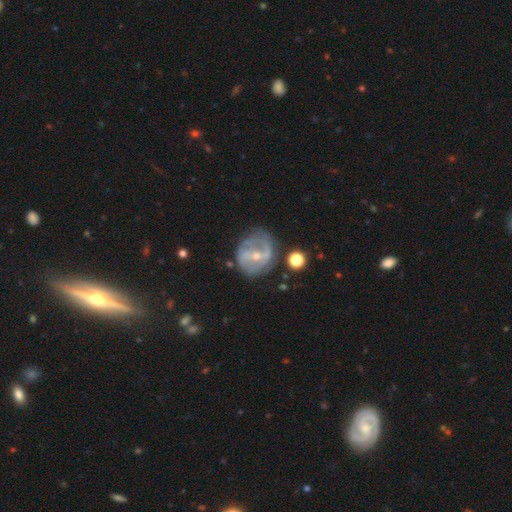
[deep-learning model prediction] Morphology: type=featured or disk (75%); edge-on=no (96%); bar=weak (42%); spiral arms=yes (74%); winding=medium (41%); arm count=2 (64%); bulge=small (60%); merging=none (59%).